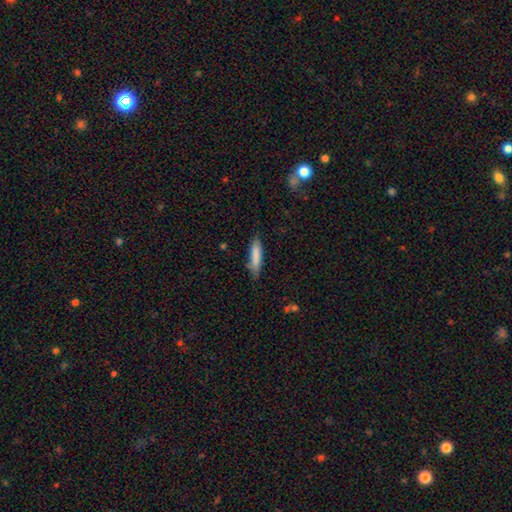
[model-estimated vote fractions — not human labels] Smooth or featured?
  - smooth: 83% *
  - featured or disk: 11%
  - star or artifact: 6%
How rounded?
  - cigar-shaped: 79% *
  - in between: 20%
  - round: 1%
Merging?
  - none: 78% *
  - minor disturbance: 17%
  - major disturbance: 3%
  - merger: 2%